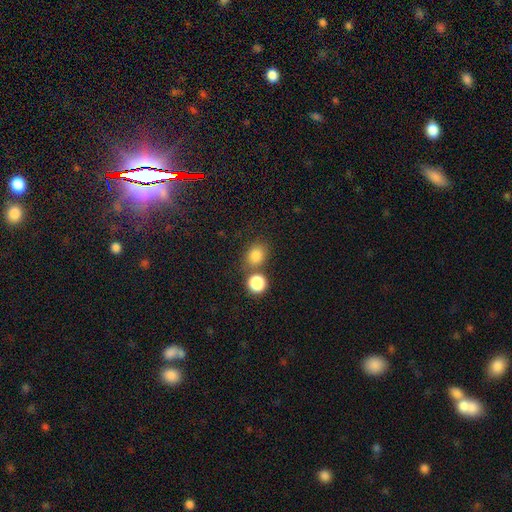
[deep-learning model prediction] Smooth or featured? Predicted: smooth (p=0.83). How rounded? Predicted: round (p=0.61). Merging? Predicted: none (p=0.61).